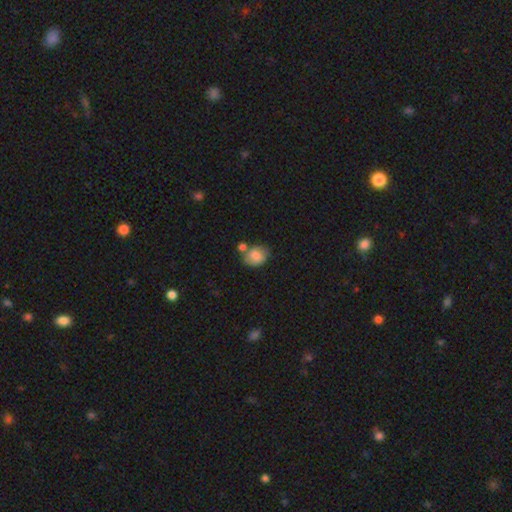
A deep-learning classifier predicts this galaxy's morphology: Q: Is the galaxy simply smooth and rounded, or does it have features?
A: smooth — 79%.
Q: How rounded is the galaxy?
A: in between — 52%.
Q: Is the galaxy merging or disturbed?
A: none — 51%.